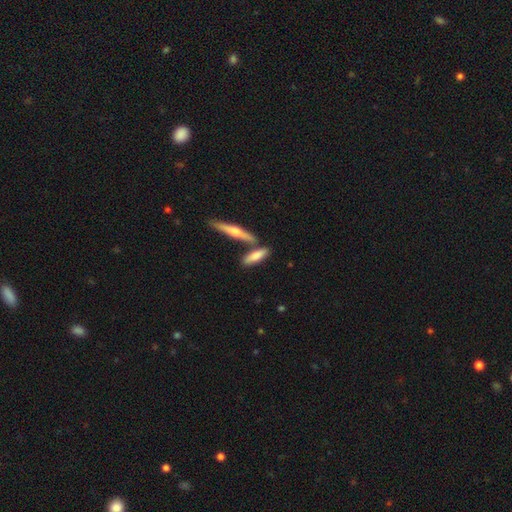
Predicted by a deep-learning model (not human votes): Smooth or featured? Predicted: smooth (p=0.72). How rounded? Predicted: cigar-shaped (p=0.58). Merging? Predicted: none (p=0.63).